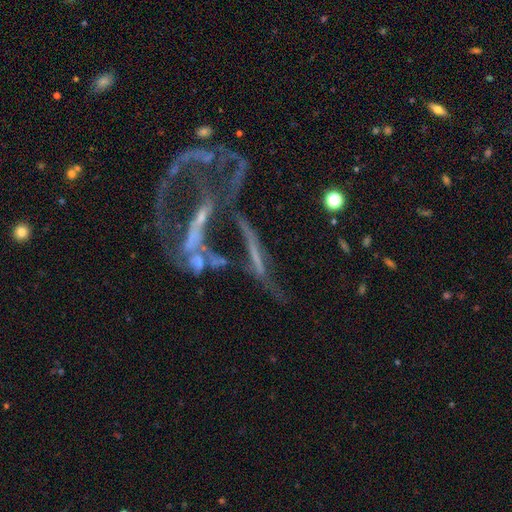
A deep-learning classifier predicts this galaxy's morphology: This is likely a featured or disk galaxy (60%). It is likely not viewed edge-on (77%). Merging: marginally merger (30%).